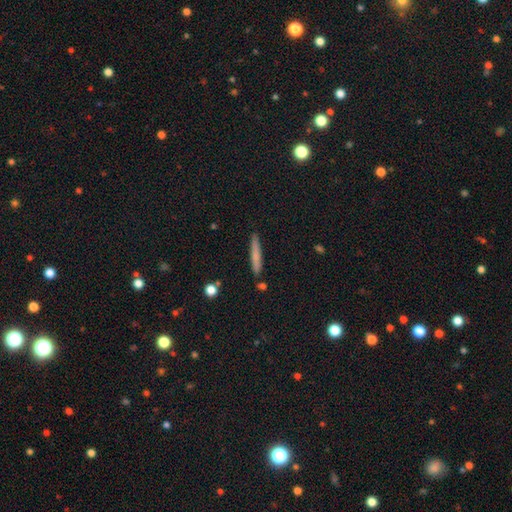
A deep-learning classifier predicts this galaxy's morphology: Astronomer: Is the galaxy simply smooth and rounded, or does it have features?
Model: smooth — 70%.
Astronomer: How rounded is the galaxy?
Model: cigar-shaped — 95%.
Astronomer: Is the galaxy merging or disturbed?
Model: none — 86%.